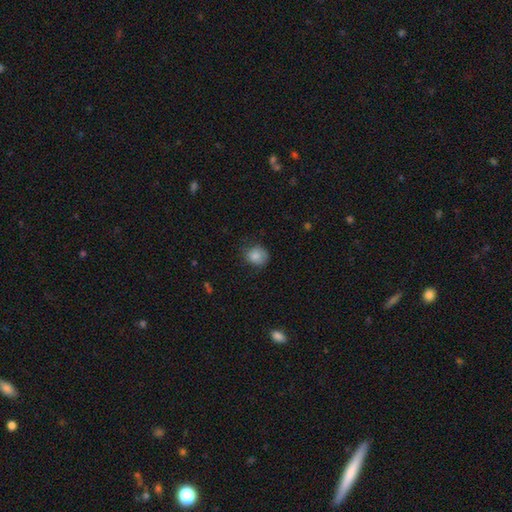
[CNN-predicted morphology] smooth_or_featured: smooth (p=0.82) [alt: featured or disk p=0.09]
how_rounded: round (p=0.70) [alt: in between p=0.29]
merging: none (p=0.66) [alt: minor disturbance p=0.26]